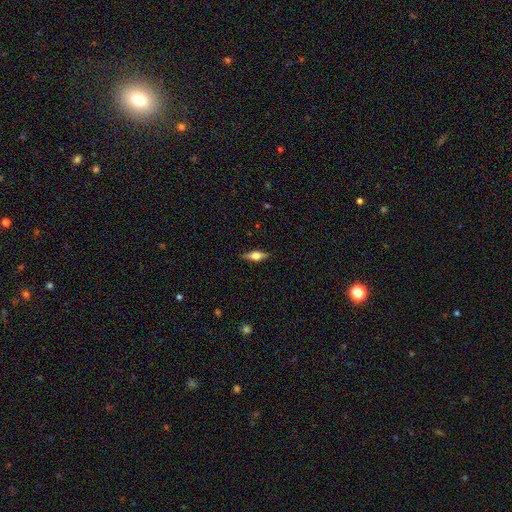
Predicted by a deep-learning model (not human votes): A featured or disk galaxy (54%) viewed edge-on (94%) with a rounded central bulge (92%).

Vote fractions:
- Smooth or featured? featured or disk: 54% / smooth: 39% / star or artifact: 7%
- Edge-on disk? yes: 94% / no: 6%
- Edge-on bulge? rounded: 92% / boxy: 7% / none: 2%
- Merging? none: 87% / minor disturbance: 10% / major disturbance: 2% / merger: 1%